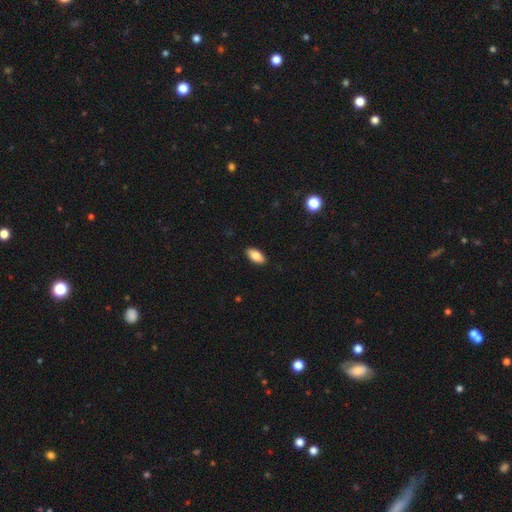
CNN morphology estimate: Smooth or featured? smooth (84%)
How rounded? in between (92%)
Merging? none (90%)